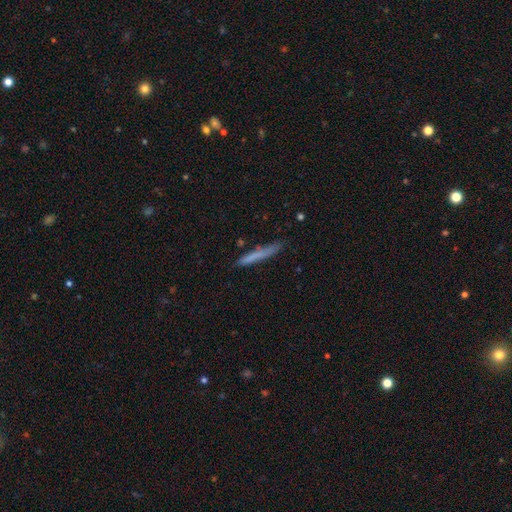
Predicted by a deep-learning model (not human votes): Smooth or featured: smooth — 69% (featured or disk — 24%)
How rounded: cigar-shaped — 96% (in between — 3%)
Merging: none — 82% (minor disturbance — 13%)